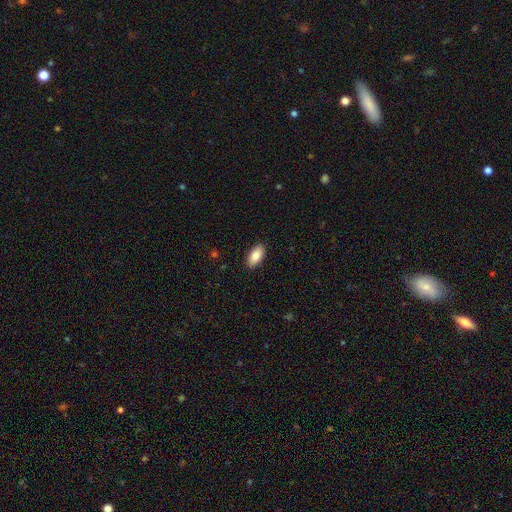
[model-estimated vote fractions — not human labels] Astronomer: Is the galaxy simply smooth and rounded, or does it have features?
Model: smooth — 88%.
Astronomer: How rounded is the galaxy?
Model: in between — 92%.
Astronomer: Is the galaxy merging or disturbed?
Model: none — 89%.